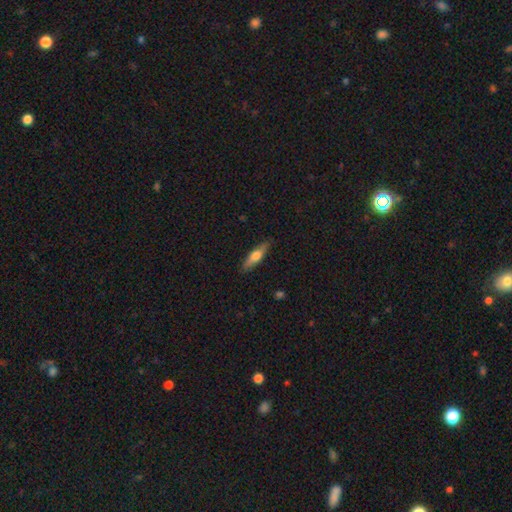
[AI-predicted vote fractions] The model was most divided on "smooth or featured": smooth: 55%, featured or disk: 39%, star or artifact: 6%. More confident: merging — none (87%); how rounded — cigar-shaped (70%).